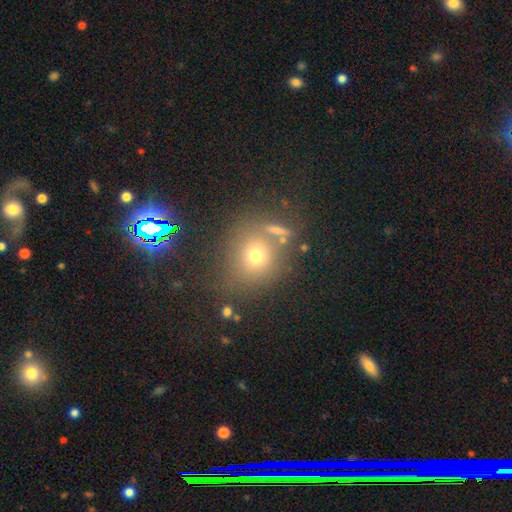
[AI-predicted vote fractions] This is likely a smooth galaxy (63%). How rounded: clearly round (80%). Merging: likely none (67%).